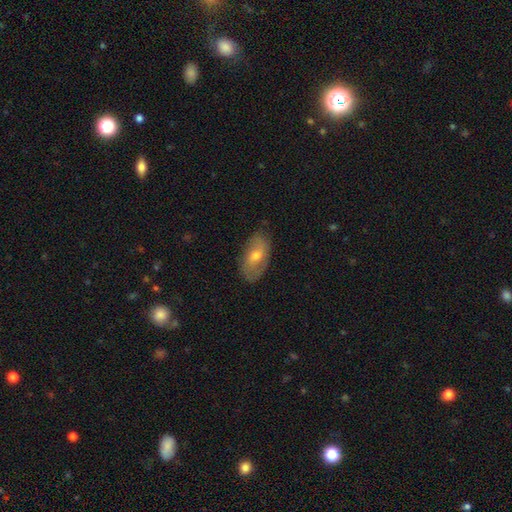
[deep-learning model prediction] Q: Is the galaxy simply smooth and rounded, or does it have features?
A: smooth — 48%.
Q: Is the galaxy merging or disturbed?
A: none — 78%.